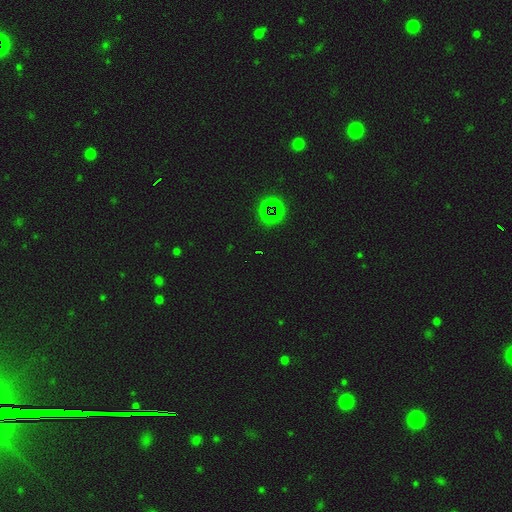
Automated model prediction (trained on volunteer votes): smooth-or-featured: star or artifact: 77% | smooth: 16% | featured or disk: 8%